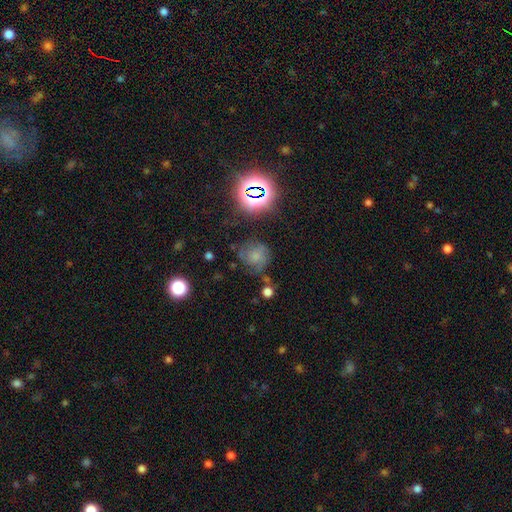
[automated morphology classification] Q: Smooth or featured?
A: smooth (48%); runner-up: featured or disk (28%)
Q: Merging?
A: none (58%); runner-up: minor disturbance (23%)